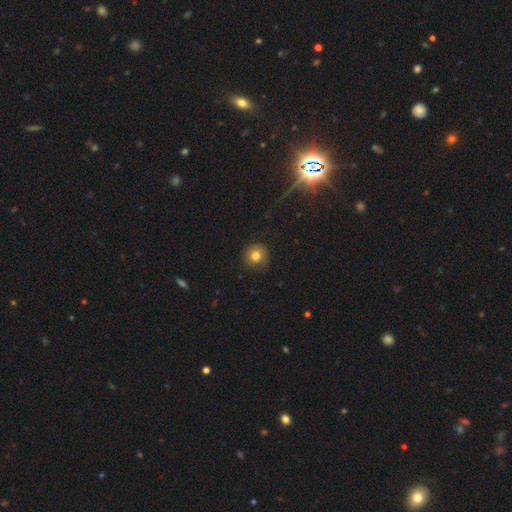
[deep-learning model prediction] A smooth galaxy with no disk features (78%) that is round (93%).

Vote fractions:
- Smooth or featured? smooth: 78% / star or artifact: 11% / featured or disk: 11%
- How rounded? round: 93% / in between: 6% / cigar-shaped: 1%
- Merging? none: 85% / minor disturbance: 11% / major disturbance: 3% / merger: 1%